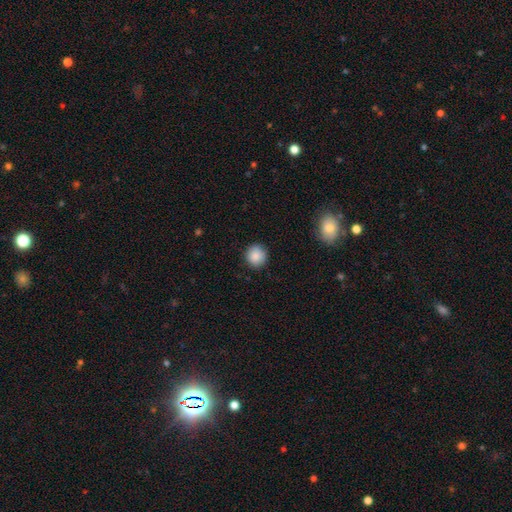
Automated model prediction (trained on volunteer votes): smooth 87%, star or artifact 8%, featured or disk 5%. Down the decision tree: how rounded — round (91%); merging — none (88%).